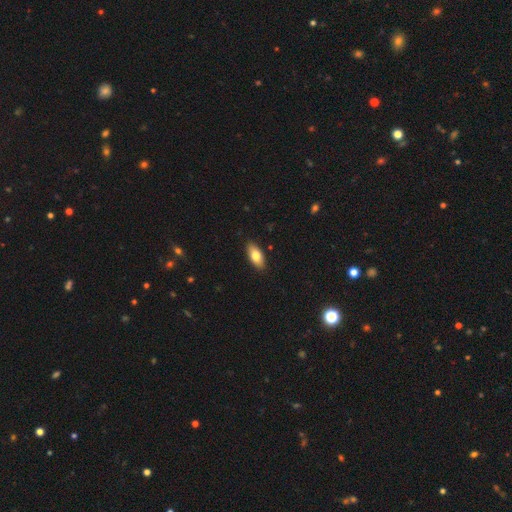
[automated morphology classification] Smooth or featured? Predicted: smooth (p=0.79). How rounded? Predicted: in between (p=0.88). Merging? Predicted: none (p=0.89).